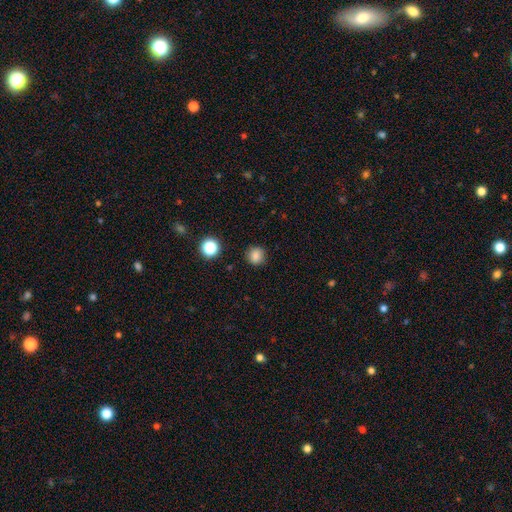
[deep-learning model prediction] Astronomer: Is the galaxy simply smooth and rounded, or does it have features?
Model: smooth — 83%.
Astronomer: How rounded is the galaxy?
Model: round — 89%.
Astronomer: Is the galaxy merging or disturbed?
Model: none — 89%.